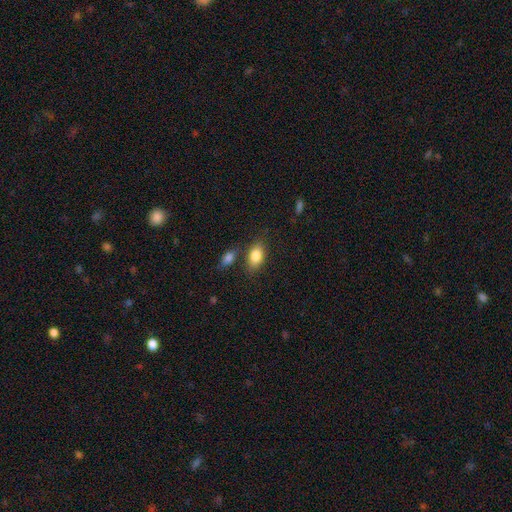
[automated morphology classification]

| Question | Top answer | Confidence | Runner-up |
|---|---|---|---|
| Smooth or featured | smooth | 84% | featured or disk (9%) |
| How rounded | in between | 89% | round (8%) |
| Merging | none | 70% | minor disturbance (14%) |